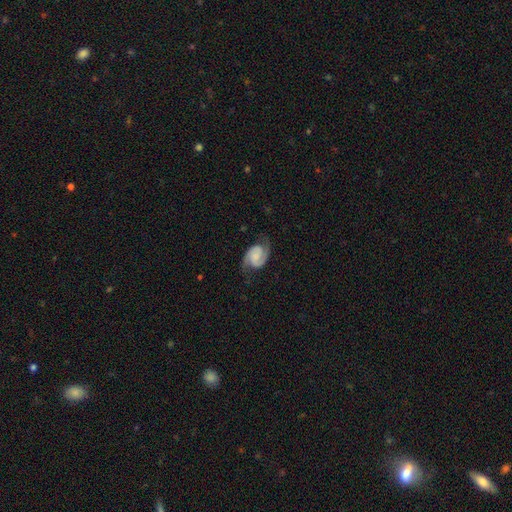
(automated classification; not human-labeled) A featured or disk galaxy (86%) with no bar (57%), 2 (93%) medium (51%) spiral arms (98%) and no central bulge (48%).

Vote fractions:
- Smooth or featured? featured or disk: 86% / smooth: 8% / star or artifact: 6%
- Edge-on disk? no: 98% / yes: 2%
- Bar? no: 57% / weak: 33% / strong: 10%
- Spiral arms? yes: 98% / no: 2%
- Spiral winding? medium: 51% / tight: 30% / loose: 19%
- Spiral arm count? 2: 93% / can't tell: 2% / 1: 2% / 3: 1% / 4: 1% / more than 4: 1%
- Bulge size? none: 48% / small: 25% / moderate: 17% / large: 8% / dominant: 3%
- Merging? none: 76% / minor disturbance: 16% / major disturbance: 7% / merger: 1%